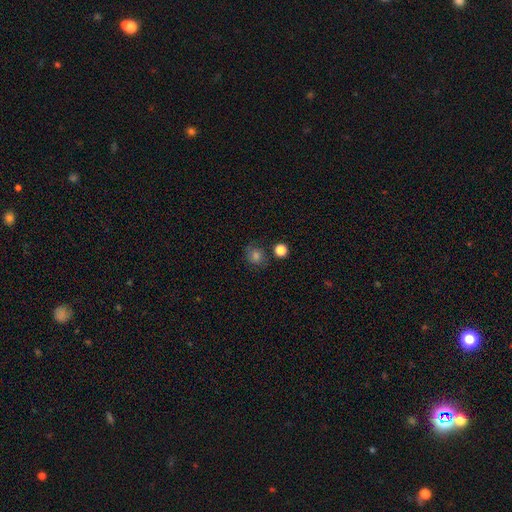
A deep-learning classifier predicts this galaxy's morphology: A smooth galaxy with no disk features (69%) that is round (78%). Merging: none (72%).